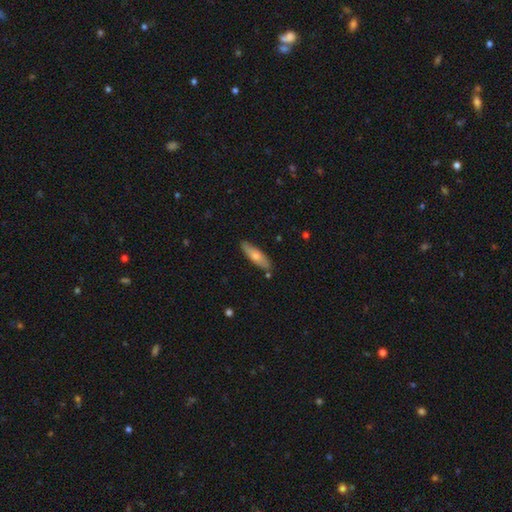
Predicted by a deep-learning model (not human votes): Smooth or featured: smooth — 66% (featured or disk — 28%)
How rounded: cigar-shaped — 56% (in between — 42%)
Merging: none — 83% (minor disturbance — 11%)